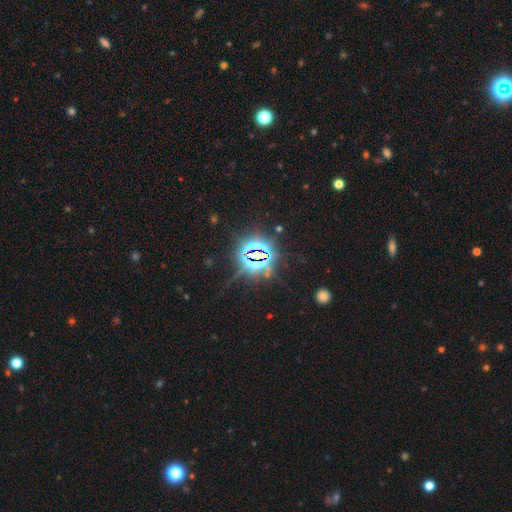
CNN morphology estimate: Smooth or featured: star or artifact — 83% (smooth — 9%)